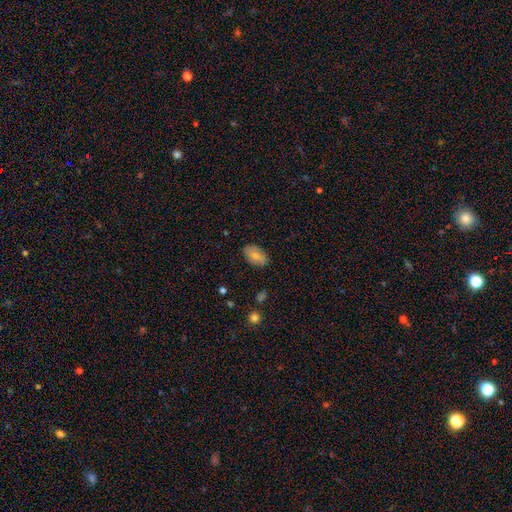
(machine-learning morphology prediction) This is likely a smooth galaxy (71%). How rounded: clearly in between (91%). Merging: clearly none (84%).